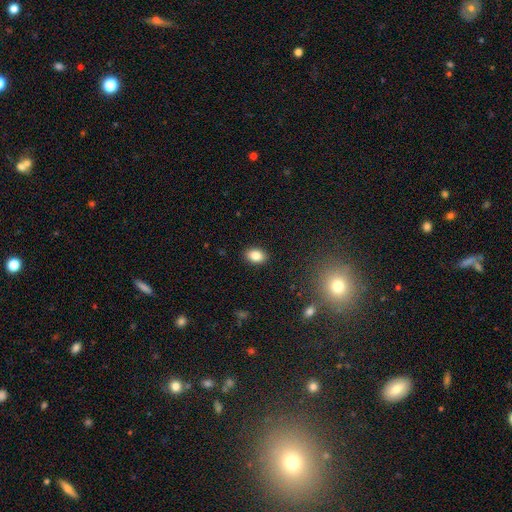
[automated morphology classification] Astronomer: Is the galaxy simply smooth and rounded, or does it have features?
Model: smooth — 85%.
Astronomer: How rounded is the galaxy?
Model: in between — 79%.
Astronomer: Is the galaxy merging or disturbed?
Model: none — 89%.